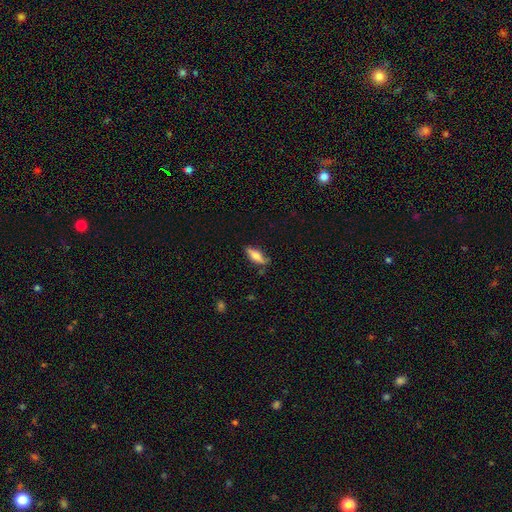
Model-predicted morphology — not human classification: smooth-or-featured: smooth: 63% | featured or disk: 30% | star or artifact: 7%
  how-rounded: in between: 54% | cigar-shaped: 44% | round: 2%
  merging: none: 69% | minor disturbance: 23% | major disturbance: 5% | merger: 3%